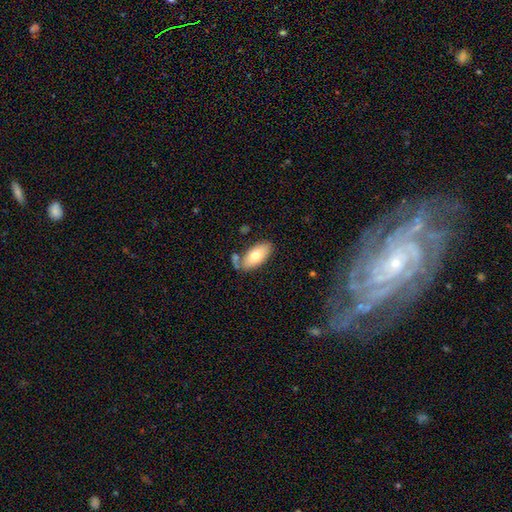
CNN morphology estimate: The model was most divided on "smooth or featured": smooth: 70%, featured or disk: 23%, star or artifact: 6%. More confident: how rounded — in between (93%); merging — none (68%).